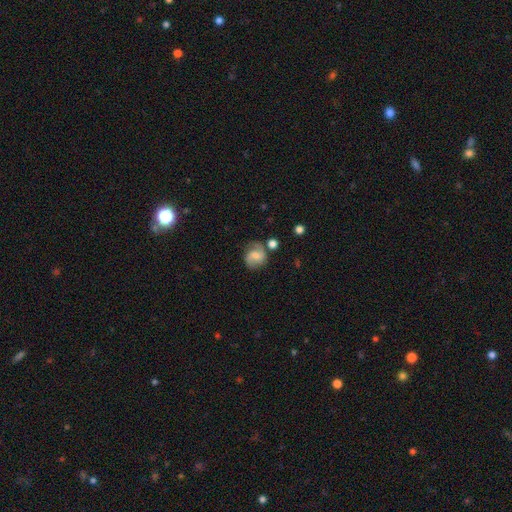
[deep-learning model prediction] This appears to be a featured or disk galaxy (59%) with no bar (45%), 2 (82%) medium (47%) spiral arms (91%) and a small central bulge (39%). Merging: none (64%).